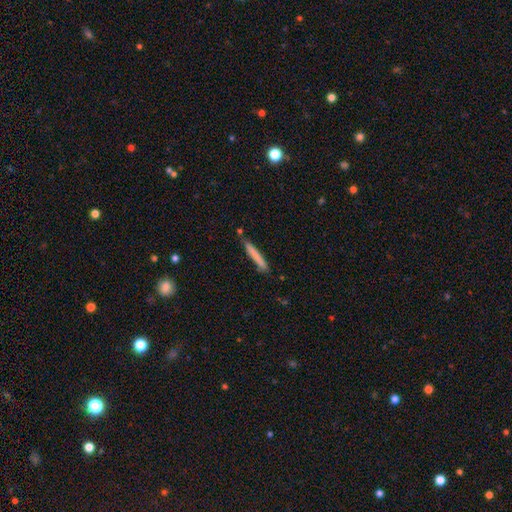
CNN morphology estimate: Smooth or featured? smooth (76%)
How rounded? cigar-shaped (96%)
Merging? none (81%)